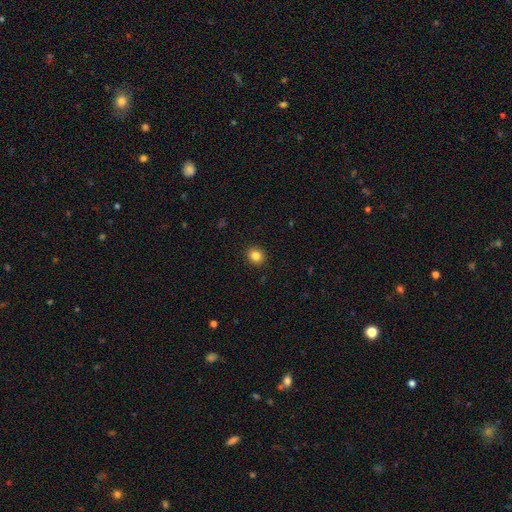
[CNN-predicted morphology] A smooth galaxy with no disk features (84%) that is round (82%). Merging: none (92%).